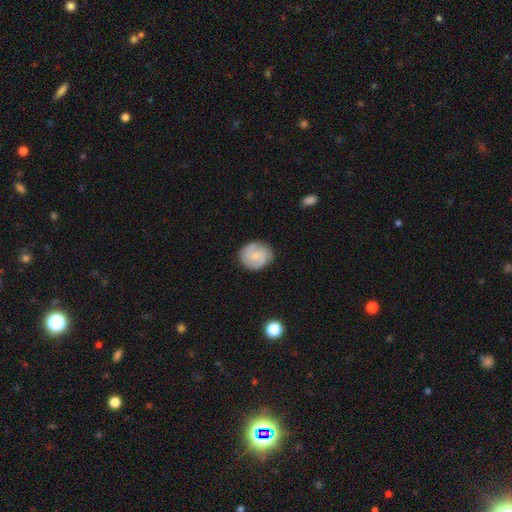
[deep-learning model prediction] Morphology: type=featured or disk (61%); edge-on=no (98%); bar=no (52%); spiral arms=yes (92%); winding=medium (44%); arm count=2 (69%); bulge=small (63%); merging=none (84%).